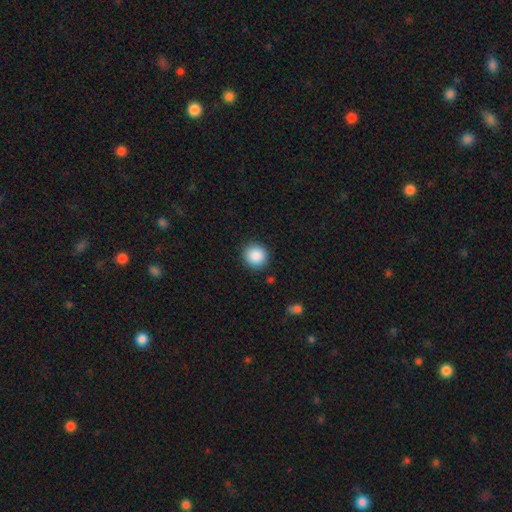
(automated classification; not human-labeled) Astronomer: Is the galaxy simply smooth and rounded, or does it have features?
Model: smooth — 88%.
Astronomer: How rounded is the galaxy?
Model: round — 92%.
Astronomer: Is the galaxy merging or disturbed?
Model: none — 90%.